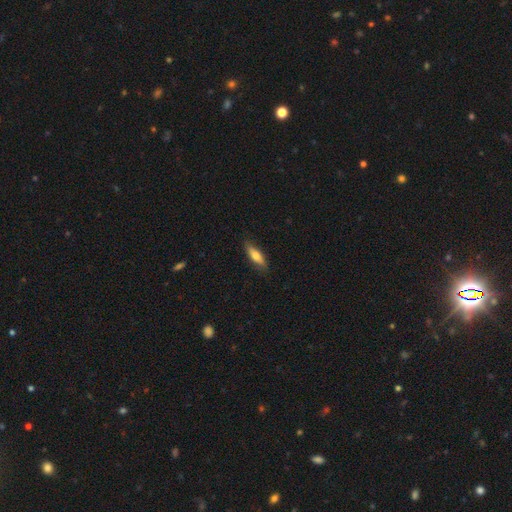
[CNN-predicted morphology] Smooth or featured? smooth (67%)
How rounded? cigar-shaped (50%)
Merging? none (84%)